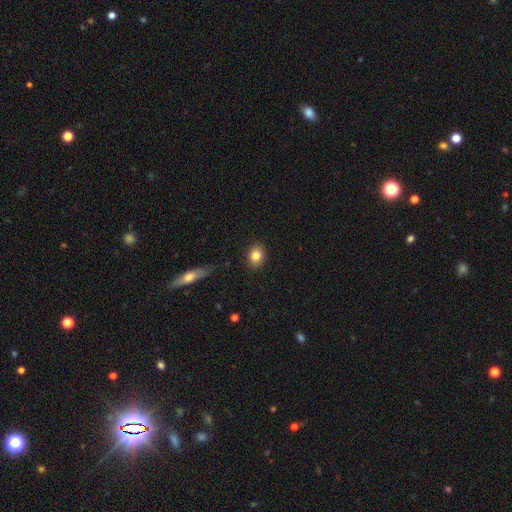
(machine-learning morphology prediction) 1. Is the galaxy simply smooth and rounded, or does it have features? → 82% smooth, 9% star or artifact, 9% featured or disk.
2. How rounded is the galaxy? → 53% in between, 45% round, 1% cigar-shaped.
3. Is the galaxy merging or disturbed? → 87% none, 9% minor disturbance, 2% major disturbance, 2% merger.